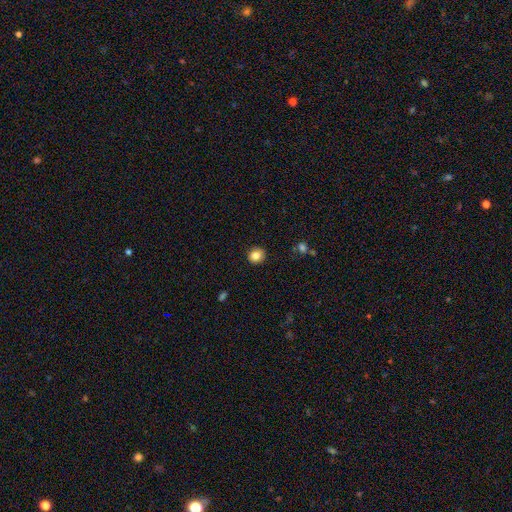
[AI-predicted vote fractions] Smooth or featured? Predicted: smooth (p=0.84). How rounded? Predicted: round (p=0.86). Merging? Predicted: none (p=0.90).